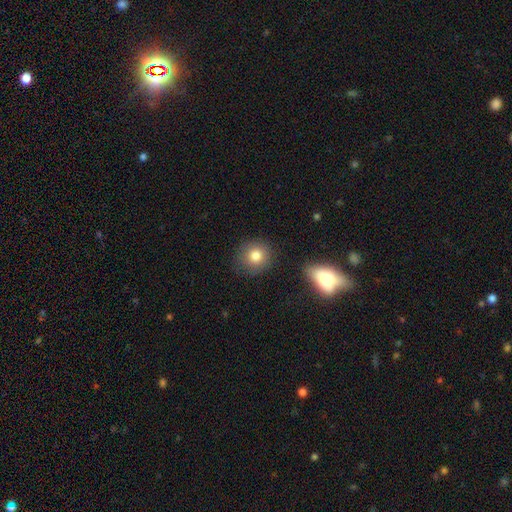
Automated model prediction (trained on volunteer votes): smooth-or-featured: smooth: 80% | star or artifact: 11% | featured or disk: 9%
  how-rounded: round: 88% | in between: 11% | cigar-shaped: 1%
  merging: none: 84% | minor disturbance: 10% | major disturbance: 3% | merger: 3%